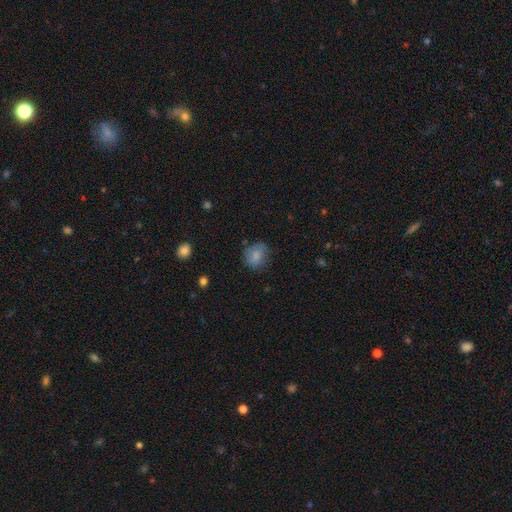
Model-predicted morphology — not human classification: The model was most divided on "how rounded": round: 61%, in between: 38%, cigar-shaped: 1%. More confident: smooth or featured — smooth (81%); merging — none (69%).